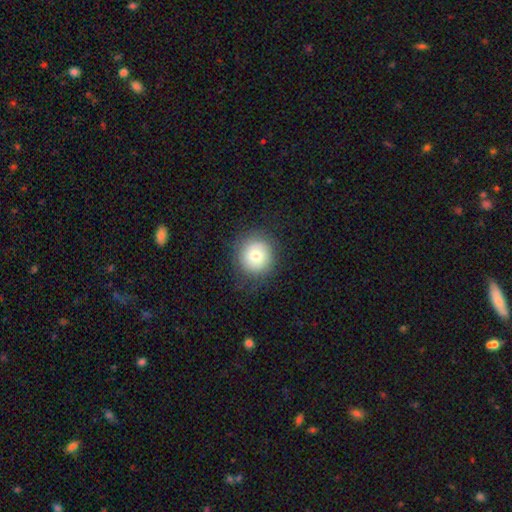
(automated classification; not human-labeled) Morphology: type=smooth (75%); roundness=round (93%); merging=none (84%).